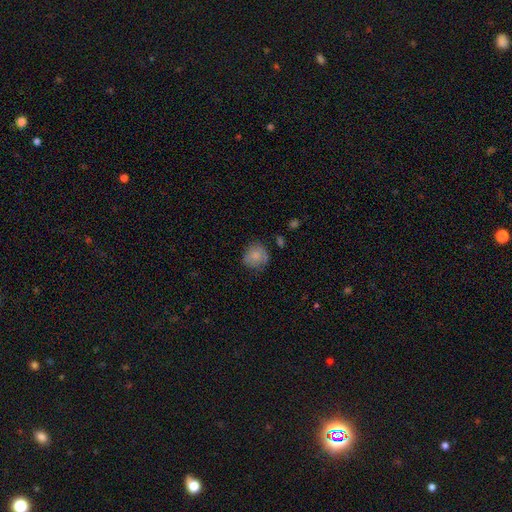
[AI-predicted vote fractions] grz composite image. It shows a smooth galaxy with no disk features (78%) that is round (84%). Merging: none (67%).